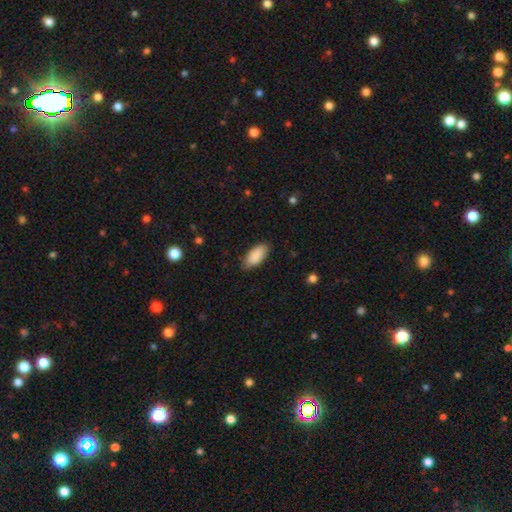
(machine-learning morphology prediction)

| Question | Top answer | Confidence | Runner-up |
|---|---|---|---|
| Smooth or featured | smooth | 89% | star or artifact (6%) |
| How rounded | in between | 89% | cigar-shaped (9%) |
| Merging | none | 82% | minor disturbance (14%) |